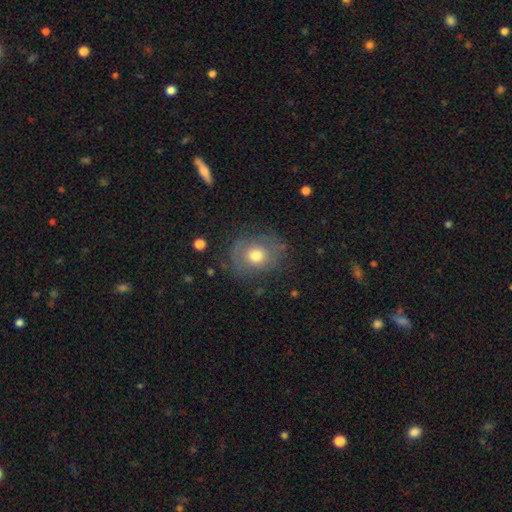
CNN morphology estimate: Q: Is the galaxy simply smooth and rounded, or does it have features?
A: smooth — 64%.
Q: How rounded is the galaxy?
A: round — 64%.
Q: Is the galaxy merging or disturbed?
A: none — 72%.